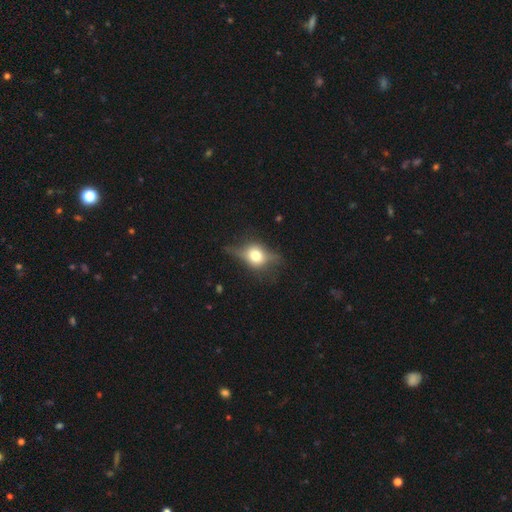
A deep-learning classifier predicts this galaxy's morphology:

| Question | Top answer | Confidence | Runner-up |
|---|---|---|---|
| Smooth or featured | smooth | 48% | featured or disk (42%) |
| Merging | none | 55% | minor disturbance (27%) |